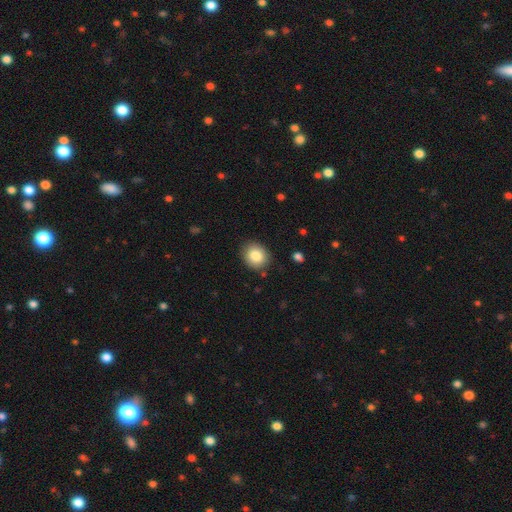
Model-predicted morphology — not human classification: smooth_or_featured: smooth (p=0.84) [alt: star or artifact p=0.09]
how_rounded: round (p=0.69) [alt: in between p=0.30]
merging: none (p=0.87) [alt: minor disturbance p=0.09]